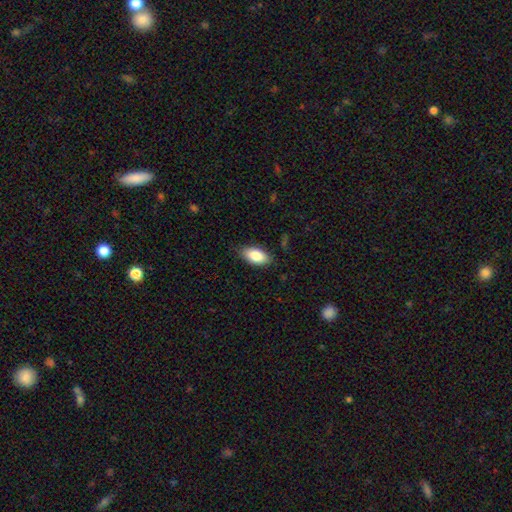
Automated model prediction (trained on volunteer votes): Smooth or featured?
  - smooth: 85% *
  - featured or disk: 9%
  - star or artifact: 7%
How rounded?
  - in between: 93% *
  - cigar-shaped: 4%
  - round: 3%
Merging?
  - none: 83% *
  - minor disturbance: 13%
  - major disturbance: 3%
  - merger: 1%